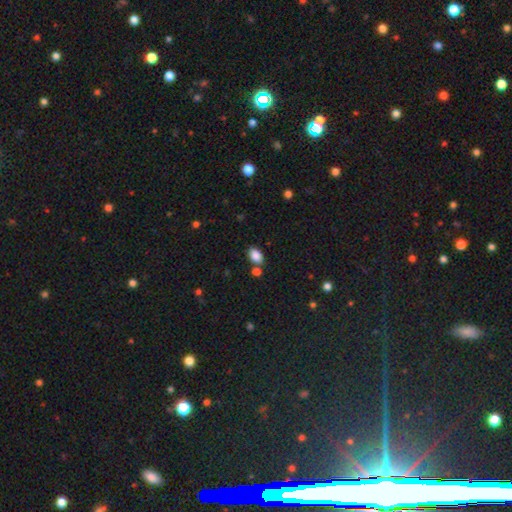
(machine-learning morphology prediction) Smooth or featured? Predicted: smooth (p=0.87). How rounded? Predicted: in between (p=0.86). Merging? Predicted: none (p=0.70).